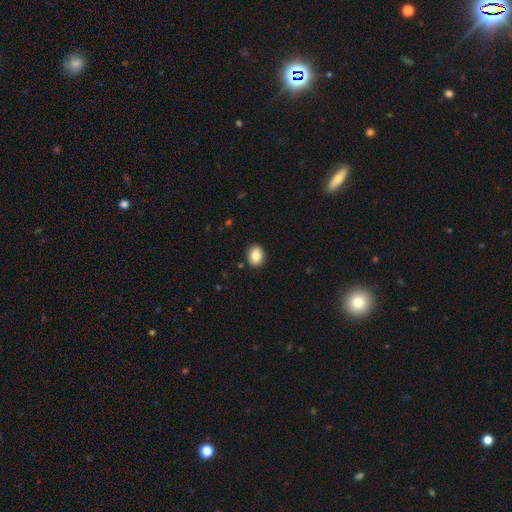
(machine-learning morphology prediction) The model was most divided on "how rounded": in between: 52%, round: 47%, cigar-shaped: 1%. More confident: merging — none (90%); smooth or featured — smooth (85%).